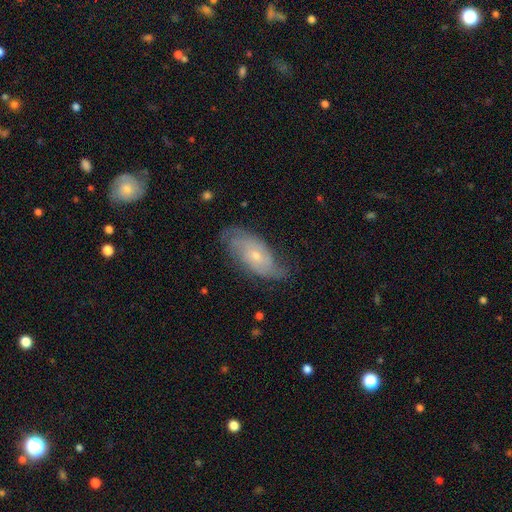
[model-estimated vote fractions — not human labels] smooth-or-featured: featured or disk: 70% | smooth: 23% | star or artifact: 7%
  disk-edge-on: no: 91% | yes: 9%
    bar: no: 73% | weak: 23% | strong: 4%
    has-spiral-arms: yes: 89% | no: 11%
      spiral-winding: tight: 40% | medium: 39% | loose: 21%
      spiral-arm-count: 2: 48% | can't tell: 32% | 3: 10% | 4: 4% | 1: 4% | more than 4: 3%
    bulge-size: small: 67% | moderate: 29% | none: 2% | large: 1% | dominant: 1%
  merging: none: 67% | minor disturbance: 24% | major disturbance: 8% | merger: 1%